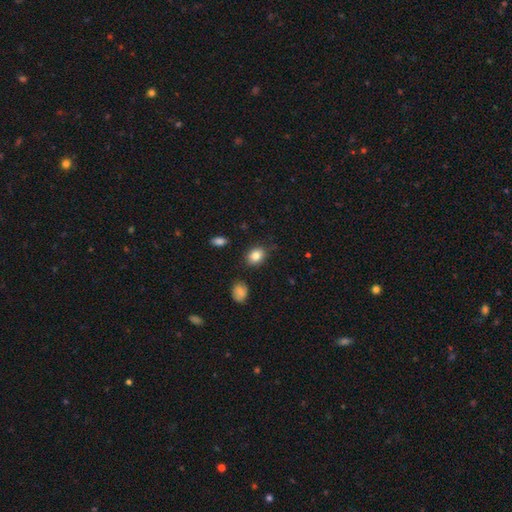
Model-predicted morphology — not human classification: This is clearly a smooth galaxy (84%). How rounded: possibly in between (58%). Merging: clearly none (81%).